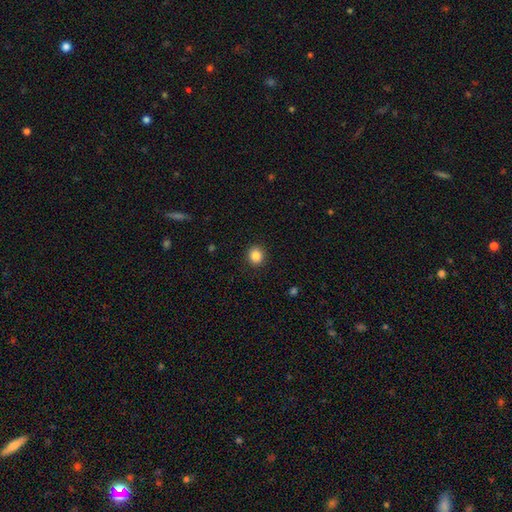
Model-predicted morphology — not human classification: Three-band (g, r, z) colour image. It shows a smooth galaxy with no disk features (86%) that is round (86%). Merging: none (92%).